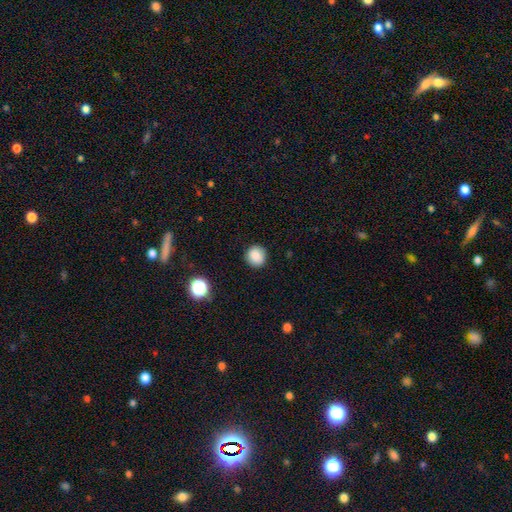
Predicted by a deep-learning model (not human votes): A smooth galaxy with no disk features (86%) that is round (91%). Merging: none (91%).